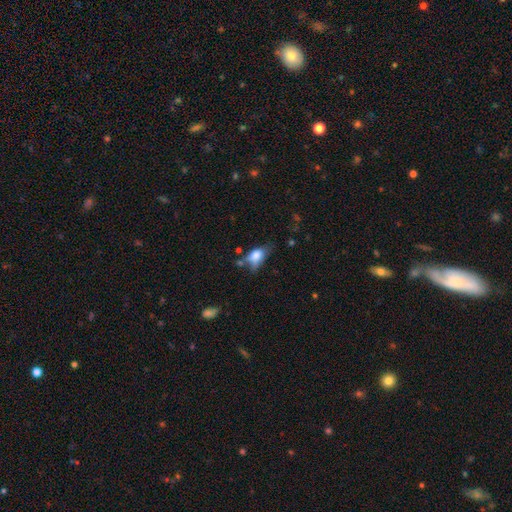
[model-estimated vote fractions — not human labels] Overall: smooth (74%). How rounded: in between (83%). Merging: none (38%; minor disturbance 35%).